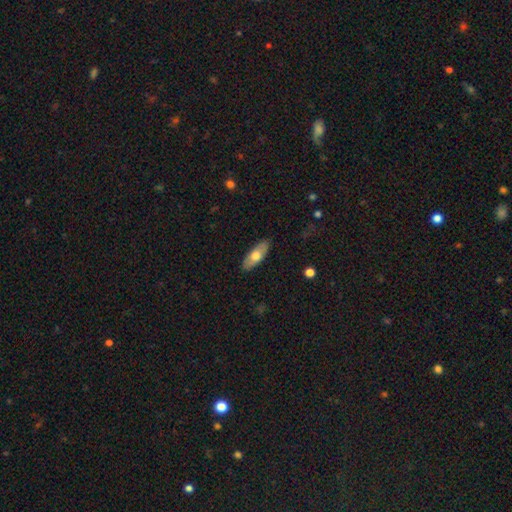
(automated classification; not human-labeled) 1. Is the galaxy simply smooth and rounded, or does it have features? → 64% smooth, 31% featured or disk, 5% star or artifact.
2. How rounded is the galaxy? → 76% in between, 21% cigar-shaped, 2% round.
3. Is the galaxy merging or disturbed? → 87% none, 10% minor disturbance, 2% major disturbance, 1% merger.